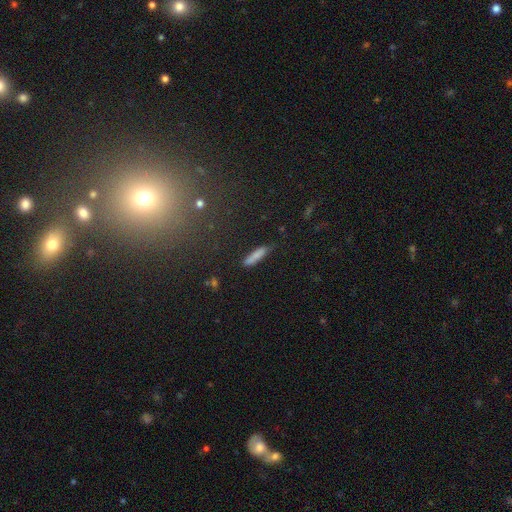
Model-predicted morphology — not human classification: Smooth or featured? smooth (80%)
How rounded? cigar-shaped (83%)
Merging? none (75%)